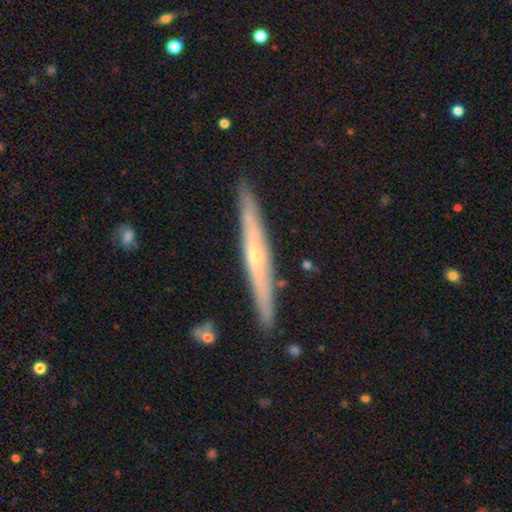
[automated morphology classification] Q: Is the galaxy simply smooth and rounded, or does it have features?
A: featured or disk — 70%.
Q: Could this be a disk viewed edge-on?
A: yes — 95%.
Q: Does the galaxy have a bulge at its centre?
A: rounded — 62%.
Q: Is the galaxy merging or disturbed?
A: none — 89%.